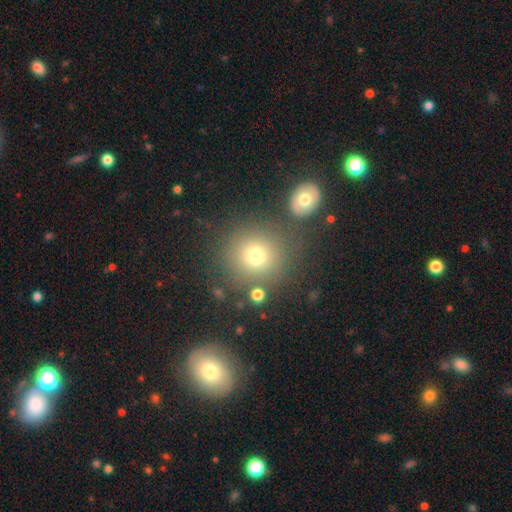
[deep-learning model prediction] Smooth or featured: smooth — 73% (star or artifact — 16%)
How rounded: round — 91% (in between — 8%)
Merging: none — 78% (minor disturbance — 9%)